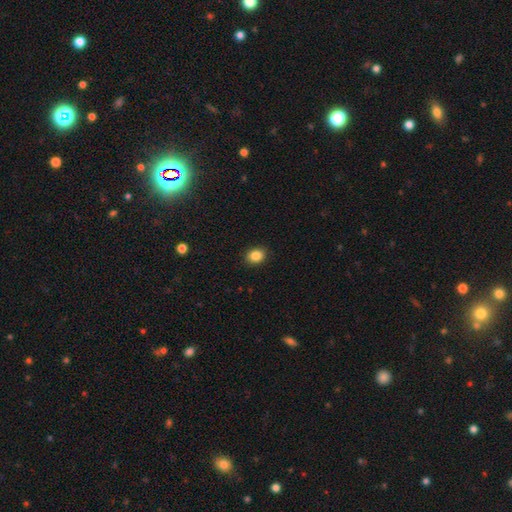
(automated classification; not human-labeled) Morphology: type=smooth (87%); roundness=round (50%); merging=none (90%).